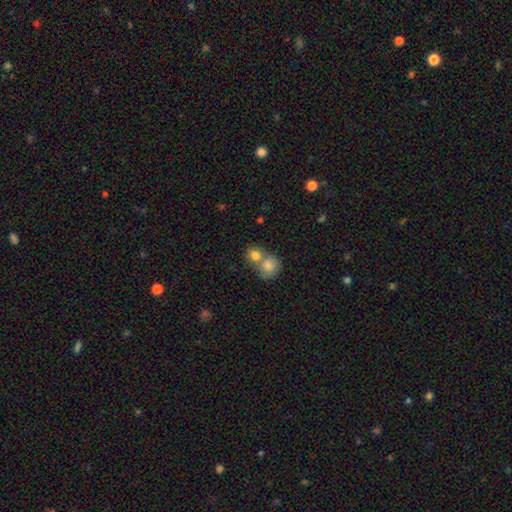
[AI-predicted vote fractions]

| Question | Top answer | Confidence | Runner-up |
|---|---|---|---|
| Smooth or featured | smooth | 80% | featured or disk (12%) |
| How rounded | round | 69% | in between (30%) |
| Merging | merger | 66% | none (25%) |